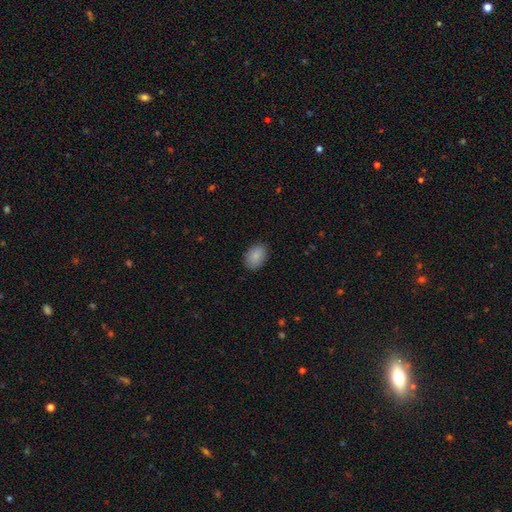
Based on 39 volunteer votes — smooth 92%, featured or disk 5%, star or artifact 3%. Down the decision tree: how rounded — in between (78%); merging — none (68%).